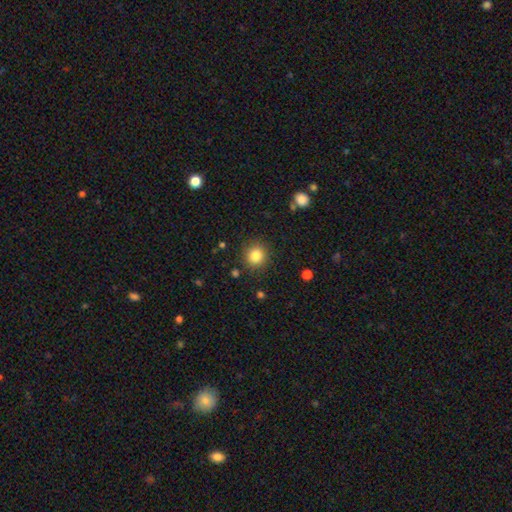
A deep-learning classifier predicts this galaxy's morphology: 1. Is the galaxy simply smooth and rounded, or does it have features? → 84% smooth, 11% star or artifact, 5% featured or disk.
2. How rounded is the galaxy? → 88% round, 11% in between, 1% cigar-shaped.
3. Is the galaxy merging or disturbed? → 88% none, 8% minor disturbance, 3% major disturbance, 2% merger.